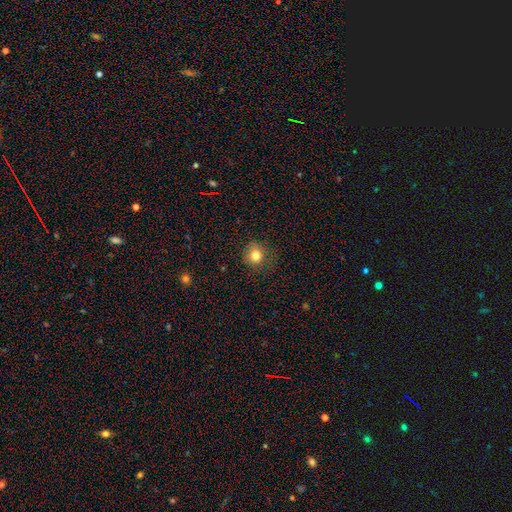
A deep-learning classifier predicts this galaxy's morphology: smooth-or-featured: smooth: 80% | star or artifact: 13% | featured or disk: 7%
  how-rounded: round: 86% | in between: 13% | cigar-shaped: 1%
  merging: none: 80% | minor disturbance: 14% | major disturbance: 5% | merger: 1%